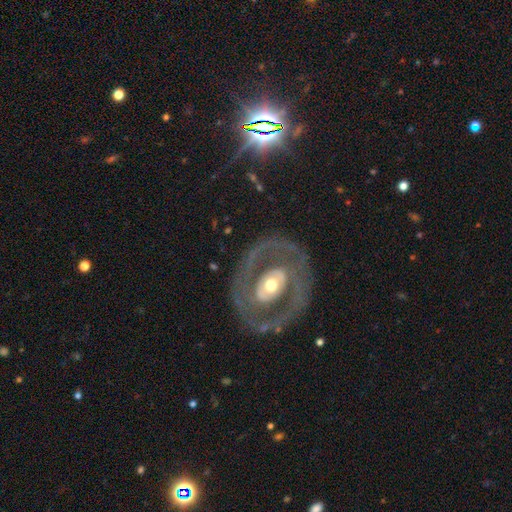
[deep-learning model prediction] smooth_or_featured: featured or disk (p=0.79) [alt: smooth p=0.14]
disk_edge_on: no (p=0.94) [alt: yes p=0.06]
bar: no (p=0.38) [alt: strong p=0.33]
has_spiral_arms: no (p=0.52) [alt: yes p=0.48]
bulge_size: moderate (p=0.55) [alt: small p=0.35]
merging: none (p=0.75) [alt: minor disturbance p=0.13]